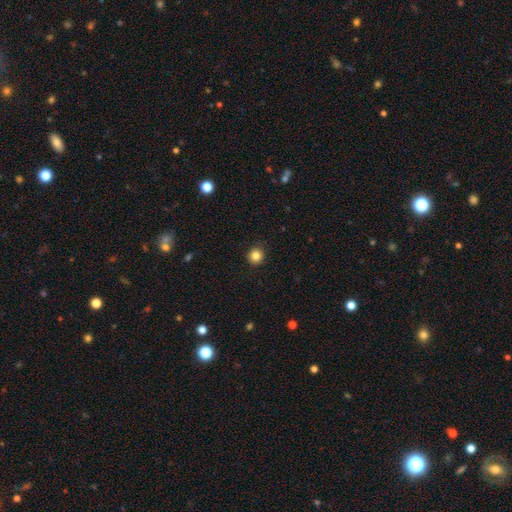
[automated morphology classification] This appears to be a smooth galaxy with no disk features (85%) that is round (94%). Merging: none (91%).